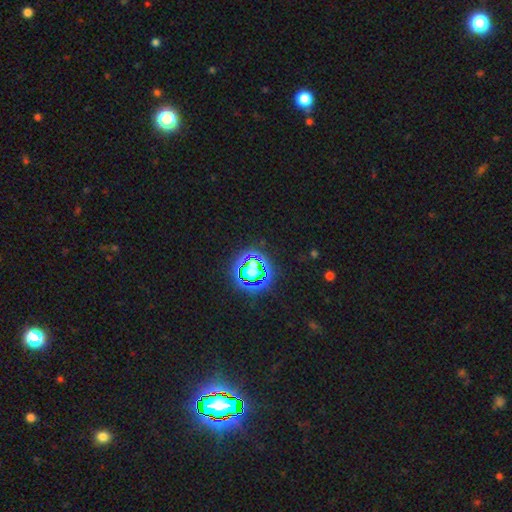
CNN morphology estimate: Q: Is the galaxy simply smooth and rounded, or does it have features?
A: star or artifact — 81%.